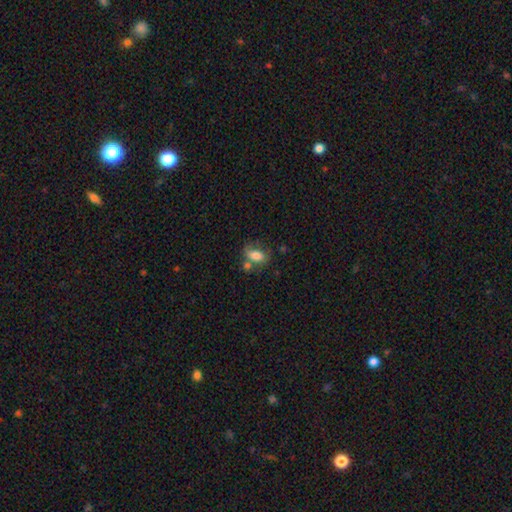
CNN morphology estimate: A smooth galaxy with no disk features (76%) that is in between round and cigar-shaped (85%). Merging: none (46%).